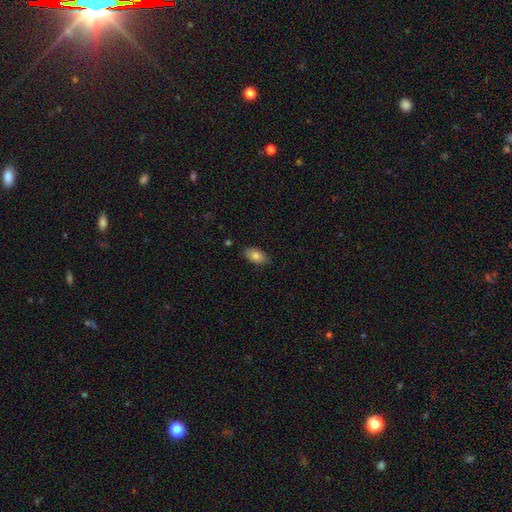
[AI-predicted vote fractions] Q: Smooth or featured?
A: smooth (82%); runner-up: featured or disk (10%)
Q: How rounded?
A: in between (92%); runner-up: round (5%)
Q: Merging?
A: none (83%); runner-up: minor disturbance (13%)